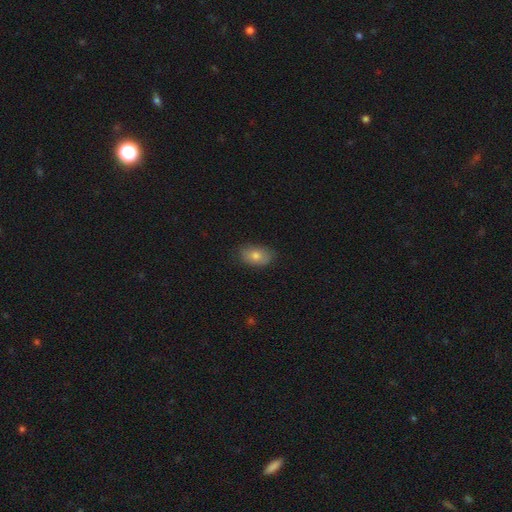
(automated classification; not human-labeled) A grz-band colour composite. It shows a smooth galaxy with no disk features (76%) that is in between round and cigar-shaped (87%). Merging: none (81%).